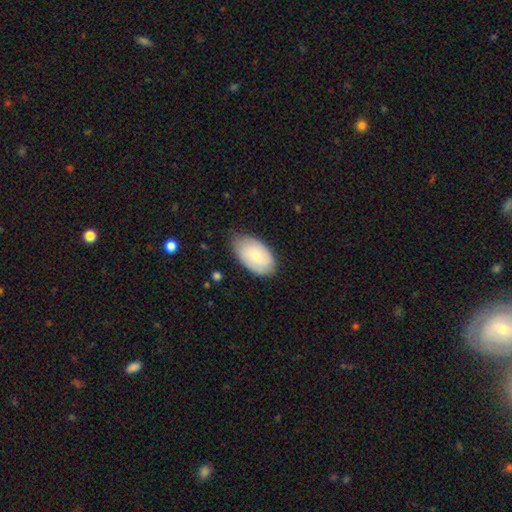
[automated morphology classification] This is likely a smooth galaxy (63%). How rounded: clearly in between (93%). Merging: likely none (74%).